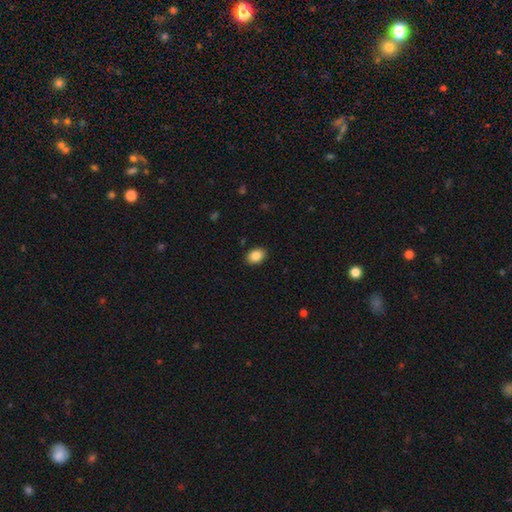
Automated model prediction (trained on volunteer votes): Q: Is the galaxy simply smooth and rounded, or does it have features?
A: smooth — 86%.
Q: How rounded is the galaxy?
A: in between — 77%.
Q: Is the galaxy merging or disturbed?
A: none — 89%.